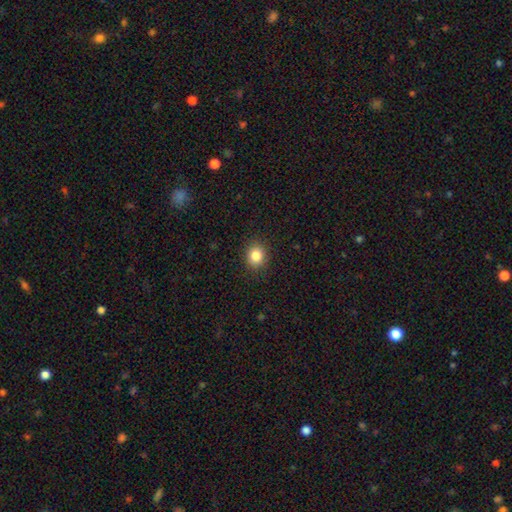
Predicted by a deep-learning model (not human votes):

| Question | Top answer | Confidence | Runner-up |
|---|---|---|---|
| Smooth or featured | smooth | 85% | star or artifact (10%) |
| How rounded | round | 78% | in between (21%) |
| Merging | none | 90% | minor disturbance (7%) |